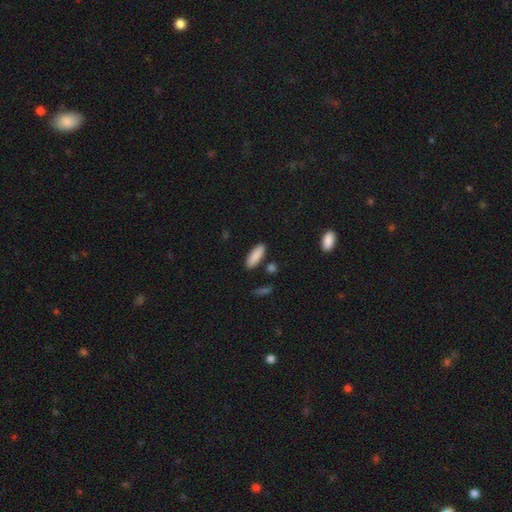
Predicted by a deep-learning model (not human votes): A smooth galaxy with no disk features (88%) that is in between round and cigar-shaped (61%). Merging: none (86%).